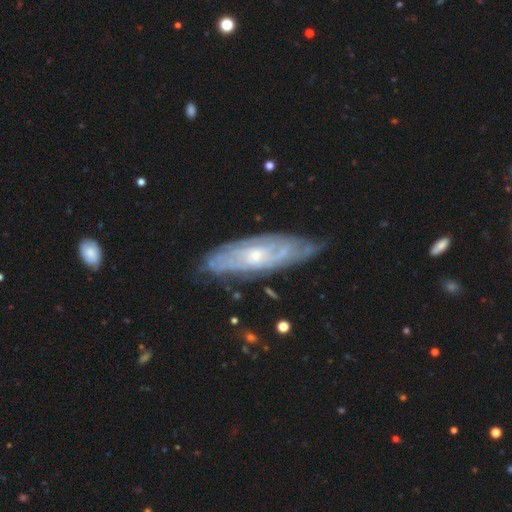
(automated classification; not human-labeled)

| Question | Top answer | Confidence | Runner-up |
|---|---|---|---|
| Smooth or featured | featured or disk | 76% | smooth (18%) |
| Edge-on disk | no | 77% | yes (23%) |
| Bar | no | 70% | weak (26%) |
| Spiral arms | yes | 83% | no (17%) |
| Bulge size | small | 57% | moderate (37%) |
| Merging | none | 73% | minor disturbance (20%) |